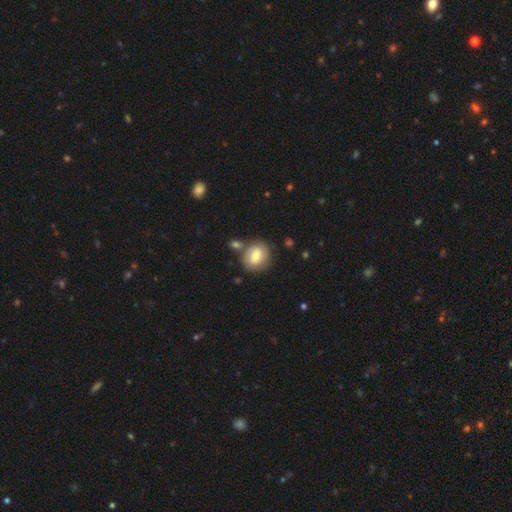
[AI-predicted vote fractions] This appears to be a smooth galaxy with no disk features (65%) that is round (73%). Merging: none (69%).